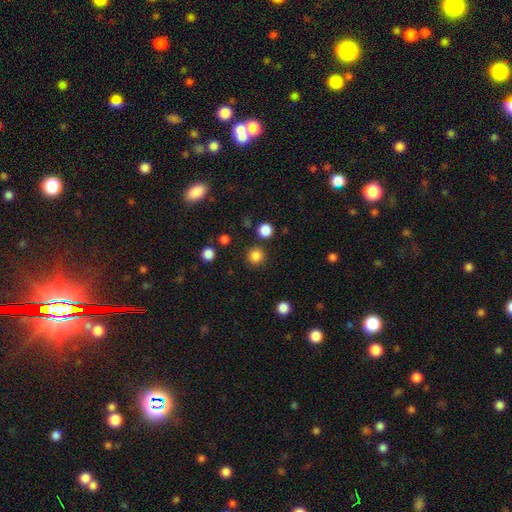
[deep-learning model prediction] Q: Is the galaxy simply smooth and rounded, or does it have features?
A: smooth — 84%.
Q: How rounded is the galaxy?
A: round — 94%.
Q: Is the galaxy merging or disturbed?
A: none — 88%.